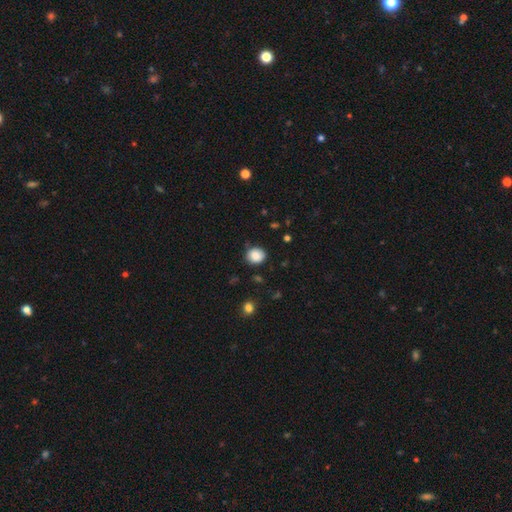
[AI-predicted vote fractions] Morphology: type=smooth (86%); roundness=round (75%); merging=none (81%).